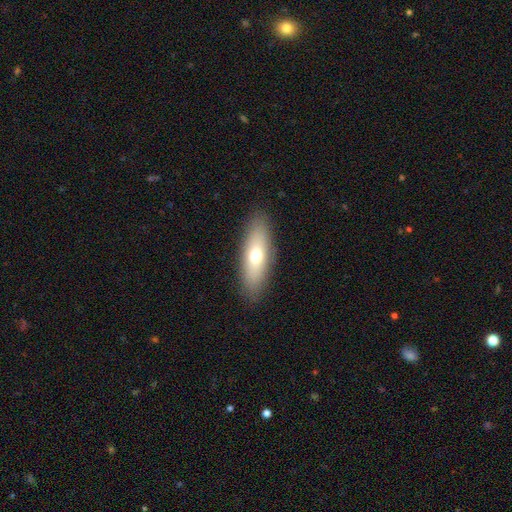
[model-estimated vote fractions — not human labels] smooth_or_featured: smooth (p=0.63) [alt: featured or disk p=0.29]
how_rounded: in between (p=0.58) [alt: cigar-shaped p=0.39]
merging: none (p=0.87) [alt: minor disturbance p=0.09]